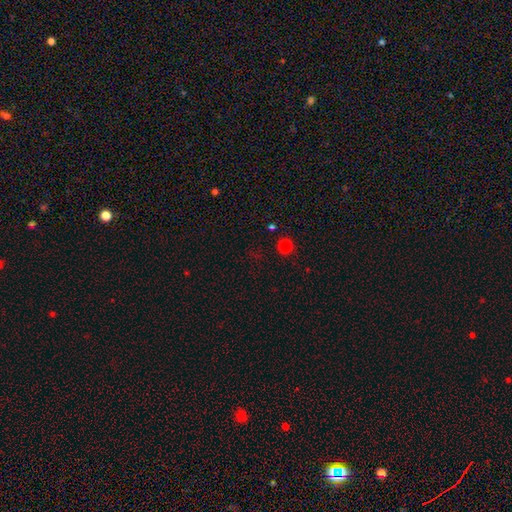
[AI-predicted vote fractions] Smooth or featured?
  - smooth: 62% *
  - star or artifact: 34%
  - featured or disk: 4%
How rounded?
  - round: 92% *
  - in between: 7%
  - cigar-shaped: 1%
Merging?
  - none: 90% *
  - minor disturbance: 5%
  - major disturbance: 3%
  - merger: 2%